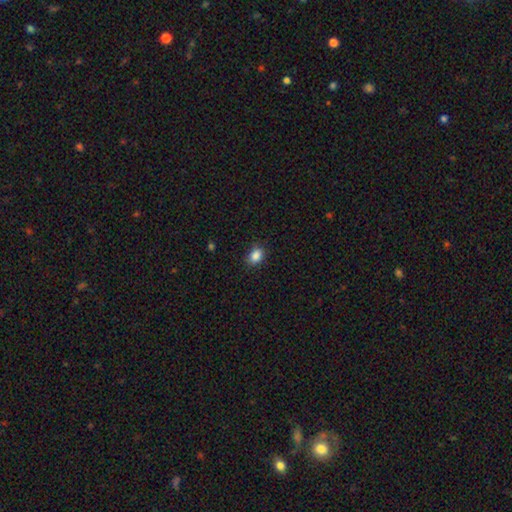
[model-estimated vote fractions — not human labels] Smooth or featured? Predicted: smooth (p=0.87). How rounded? Predicted: in between (p=0.72). Merging? Predicted: none (p=0.84).